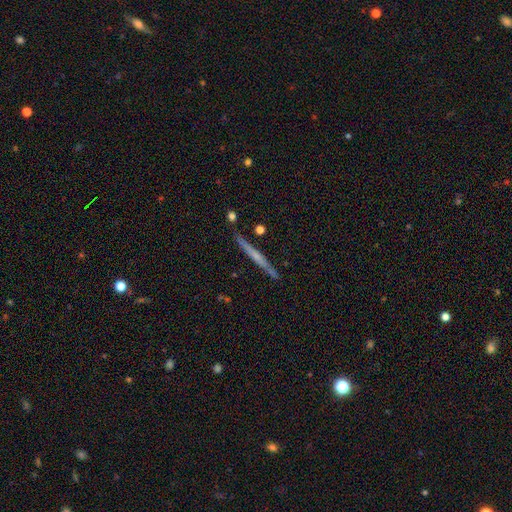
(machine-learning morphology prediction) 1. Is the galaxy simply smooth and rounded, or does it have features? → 64% featured or disk, 30% smooth, 6% star or artifact.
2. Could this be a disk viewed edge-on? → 98% yes, 2% no.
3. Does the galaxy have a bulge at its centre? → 57% none, 34% rounded, 8% boxy.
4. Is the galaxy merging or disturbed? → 89% none, 8% minor disturbance, 2% merger, 2% major disturbance.